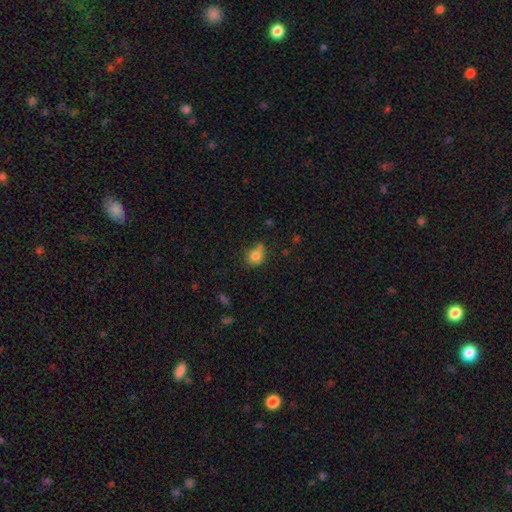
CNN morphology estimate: Smooth or featured? smooth (82%)
How rounded? round (82%)
Merging? none (61%)